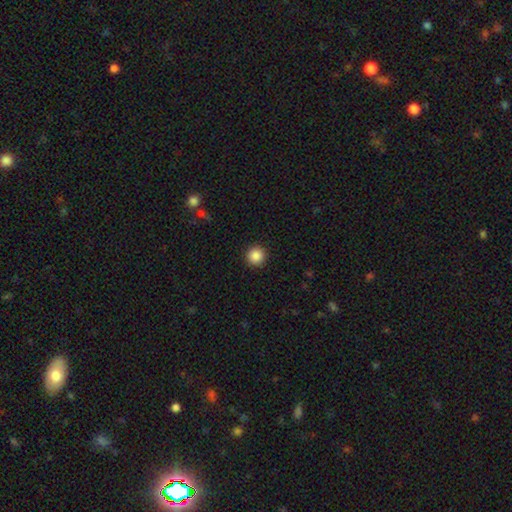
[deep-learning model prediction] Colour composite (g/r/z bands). It shows a smooth galaxy with no disk features (87%) that is round (96%). Merging: none (93%).